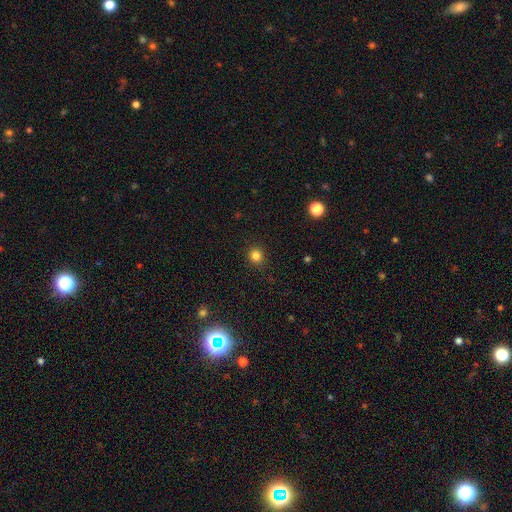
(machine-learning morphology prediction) smooth 83%, star or artifact 13%, featured or disk 4%. Down the decision tree: how rounded — round (91%); merging — none (90%).